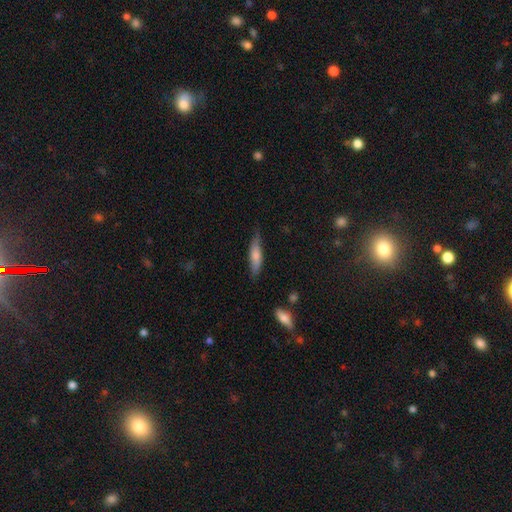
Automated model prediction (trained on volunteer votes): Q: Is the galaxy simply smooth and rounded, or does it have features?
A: smooth — 67%.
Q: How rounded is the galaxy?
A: cigar-shaped — 72%.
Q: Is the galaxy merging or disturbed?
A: none — 72%.